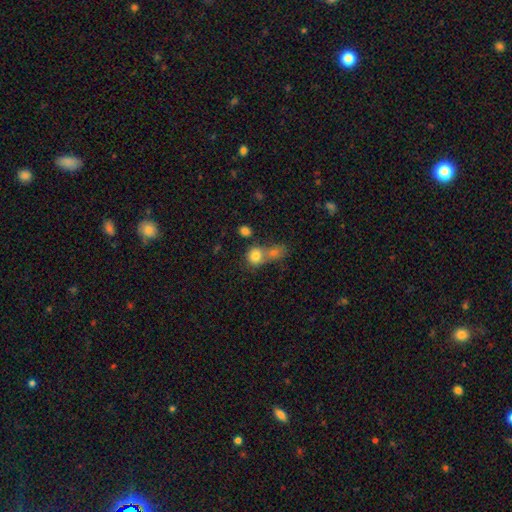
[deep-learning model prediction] Morphology: type=smooth (79%); roundness=round (76%); merging=merger (53%).